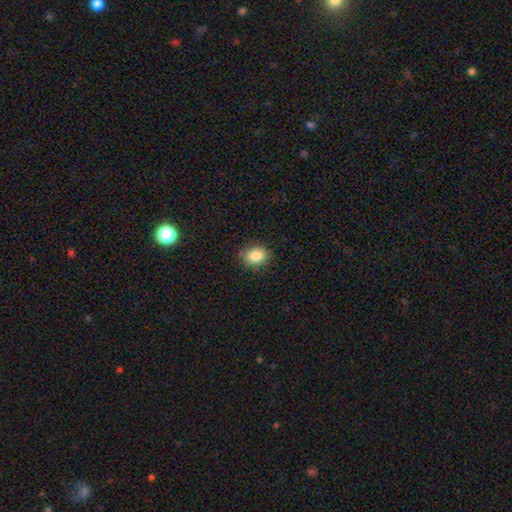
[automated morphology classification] This appears to be a smooth galaxy with no disk features (85%) that is round (51%). Merging: none (85%).